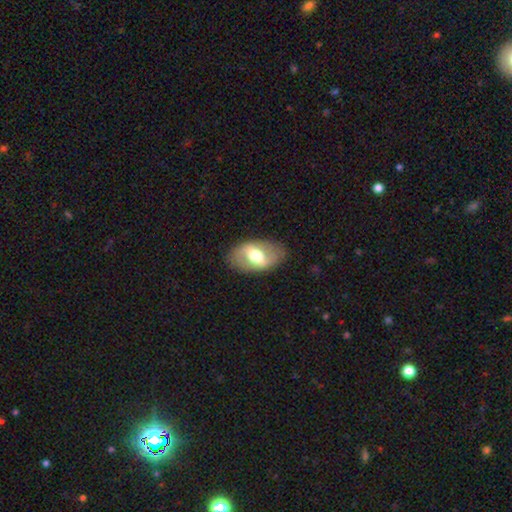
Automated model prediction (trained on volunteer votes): Overall: featured or disk (49%; smooth 45%). Merging: none (81%).